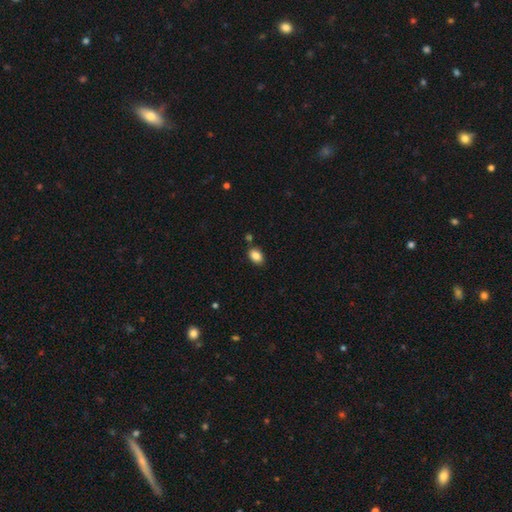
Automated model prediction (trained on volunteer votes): smooth_or_featured: smooth (p=0.86) [alt: star or artifact p=0.09]
how_rounded: in between (p=0.82) [alt: round p=0.17]
merging: none (p=0.81) [alt: minor disturbance p=0.11]